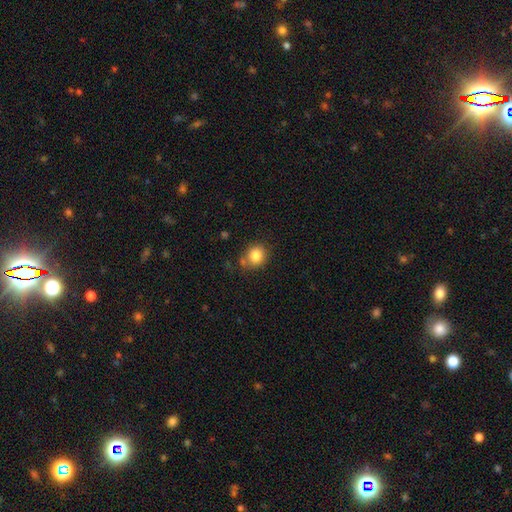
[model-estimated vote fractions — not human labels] Q: Smooth or featured?
A: smooth (83%); runner-up: star or artifact (10%)
Q: How rounded?
A: round (77%); runner-up: in between (22%)
Q: Merging?
A: none (71%); runner-up: minor disturbance (15%)